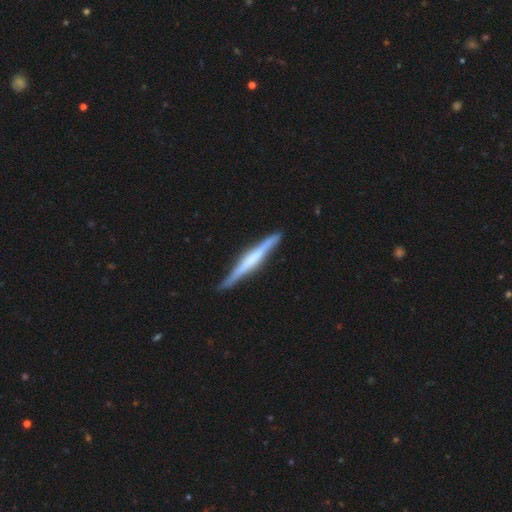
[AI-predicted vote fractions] Smooth or featured?
  - featured or disk: 68% *
  - smooth: 26%
  - star or artifact: 5%
Edge-on disk?
  - yes: 97% *
  - no: 3%
Edge-on bulge?
  - rounded: 35% *
  - none: 34%
  - boxy: 31%
Merging?
  - none: 88% *
  - minor disturbance: 9%
  - major disturbance: 2%
  - merger: 1%